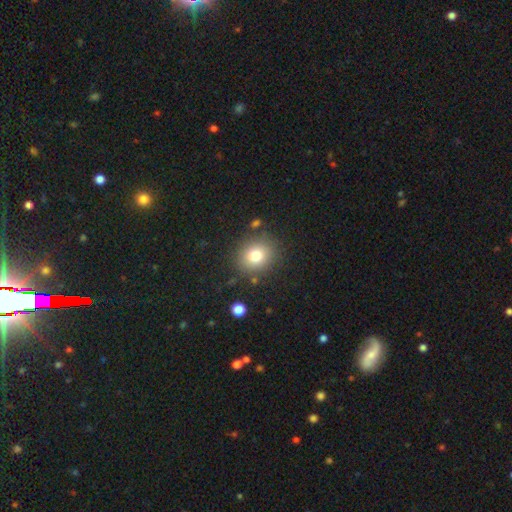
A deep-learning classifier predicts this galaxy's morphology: type=smooth (78%); roundness=round (76%); merging=none (84%).